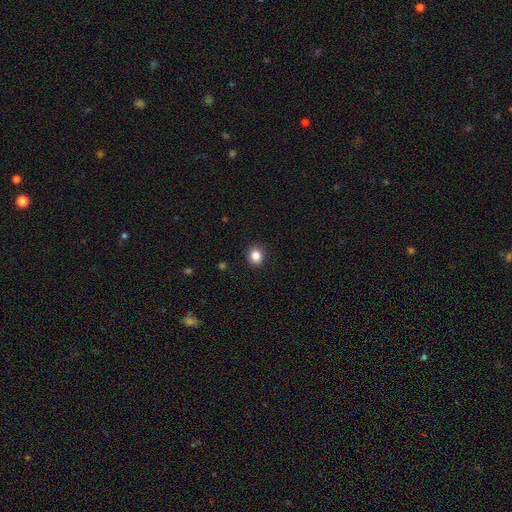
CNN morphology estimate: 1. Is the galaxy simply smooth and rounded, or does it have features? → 86% smooth, 10% star or artifact, 4% featured or disk.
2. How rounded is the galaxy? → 82% round, 17% in between, 1% cigar-shaped.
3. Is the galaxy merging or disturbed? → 91% none, 6% minor disturbance, 2% major disturbance, 1% merger.